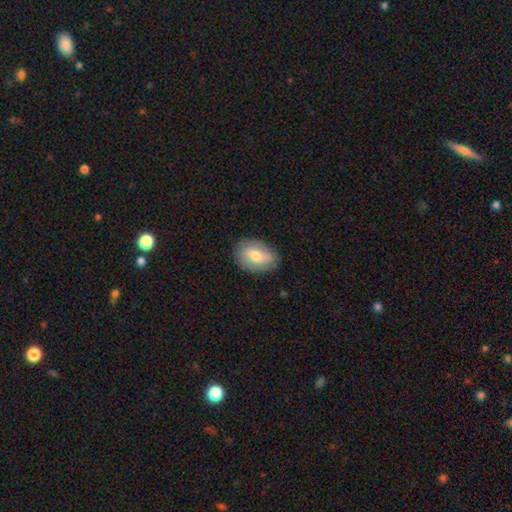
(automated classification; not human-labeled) Morphology: type=smooth (63%); roundness=in between (82%); merging=none (81%).